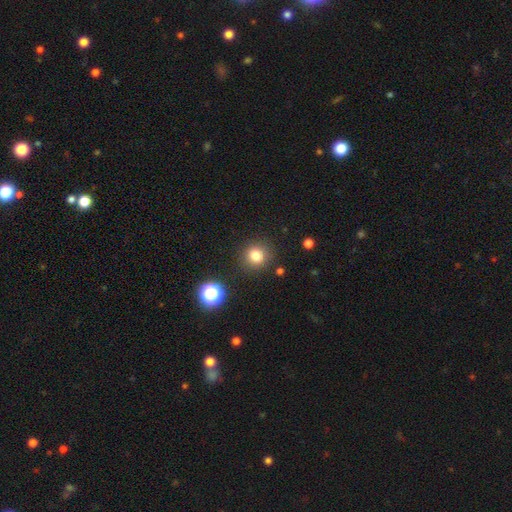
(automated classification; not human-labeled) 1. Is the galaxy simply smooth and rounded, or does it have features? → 79% smooth, 14% star or artifact, 6% featured or disk.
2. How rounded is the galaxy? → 88% round, 11% in between, 1% cigar-shaped.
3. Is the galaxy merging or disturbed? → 87% none, 8% minor disturbance, 3% major disturbance, 2% merger.